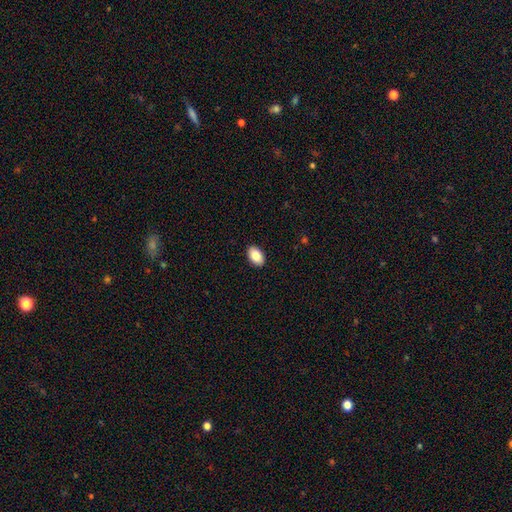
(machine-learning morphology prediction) Smooth or featured? Predicted: smooth (p=0.86). How rounded? Predicted: in between (p=0.92). Merging? Predicted: none (p=0.90).